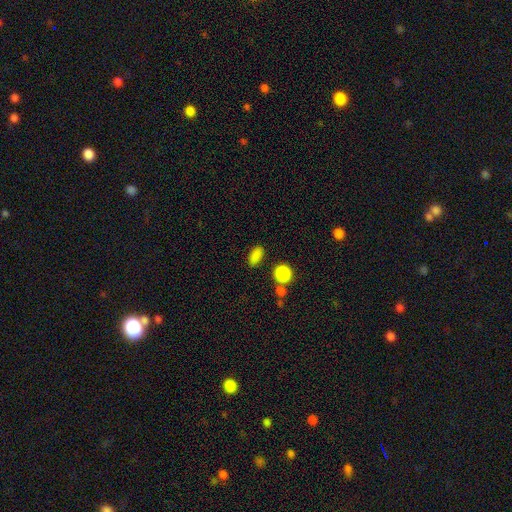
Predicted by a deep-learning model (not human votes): Overall: smooth (85%). How rounded: in between (82%). Merging: none (82%).